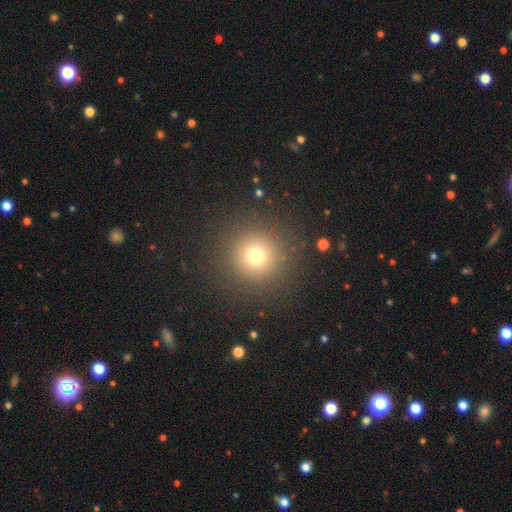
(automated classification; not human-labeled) Morphology: type=smooth (73%); roundness=round (95%); merging=none (89%).